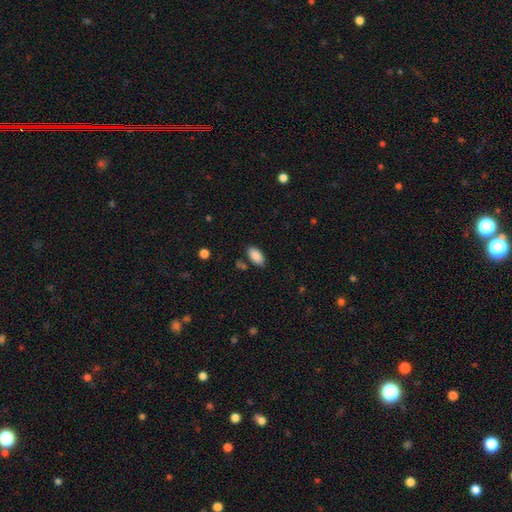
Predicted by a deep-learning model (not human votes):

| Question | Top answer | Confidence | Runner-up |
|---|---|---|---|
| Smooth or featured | smooth | 88% | star or artifact (7%) |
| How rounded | in between | 93% | cigar-shaped (4%) |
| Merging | none | 80% | minor disturbance (12%) |